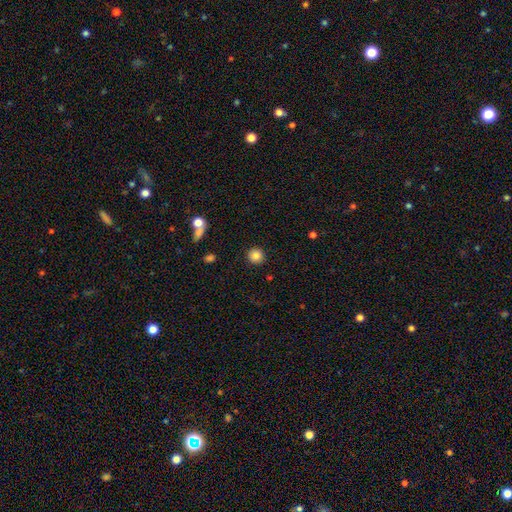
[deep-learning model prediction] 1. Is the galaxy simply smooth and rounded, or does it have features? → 84% smooth, 10% star or artifact, 6% featured or disk.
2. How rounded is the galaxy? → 94% round, 5% in between, 1% cigar-shaped.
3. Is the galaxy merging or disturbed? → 91% none, 5% minor disturbance, 2% major disturbance, 2% merger.